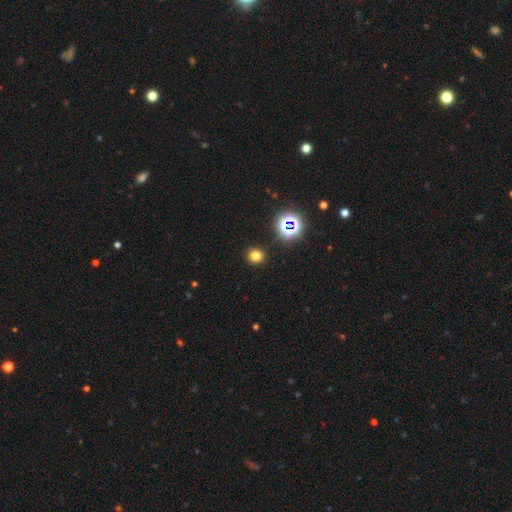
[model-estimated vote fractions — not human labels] Smooth or featured: smooth — 74% (star or artifact — 21%)
How rounded: round — 86% (in between — 13%)
Merging: none — 90% (minor disturbance — 6%)